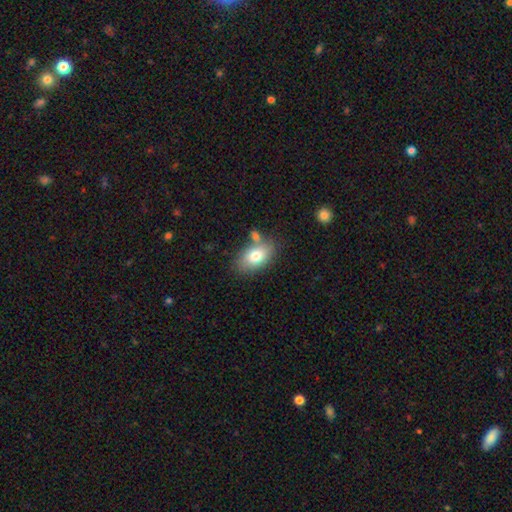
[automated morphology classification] A smooth galaxy with no disk features (77%) that is in between round and cigar-shaped (89%). Merging: none (63%).